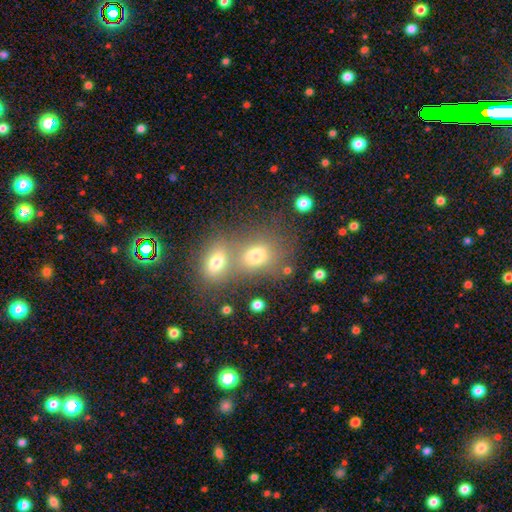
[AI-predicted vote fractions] This appears to be a smooth galaxy with no disk features (70%) that is in between round and cigar-shaped (51%). Merging: merger (53%).